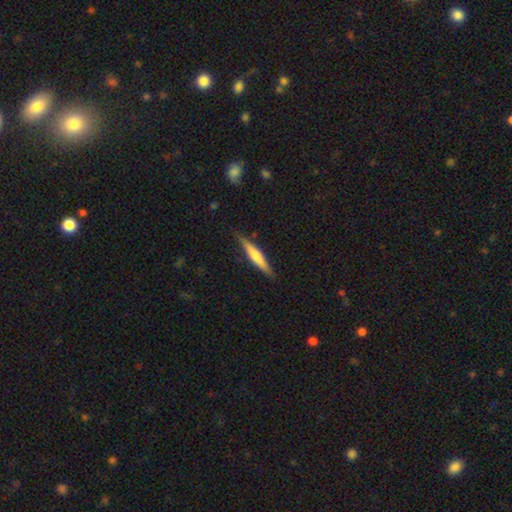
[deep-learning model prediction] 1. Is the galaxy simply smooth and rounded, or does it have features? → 50% smooth, 45% featured or disk, 6% star or artifact.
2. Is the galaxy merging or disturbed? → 85% none, 12% minor disturbance, 2% major disturbance, 1% merger.